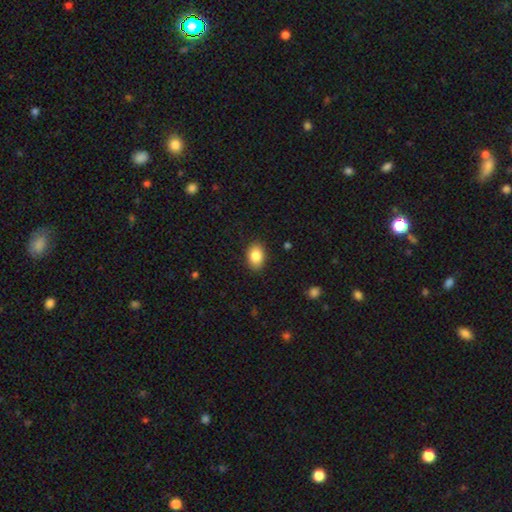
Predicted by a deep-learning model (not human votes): smooth-or-featured: smooth: 86% | star or artifact: 8% | featured or disk: 6%
  how-rounded: in between: 82% | round: 17% | cigar-shaped: 1%
  merging: none: 88% | minor disturbance: 9% | major disturbance: 2% | merger: 1%